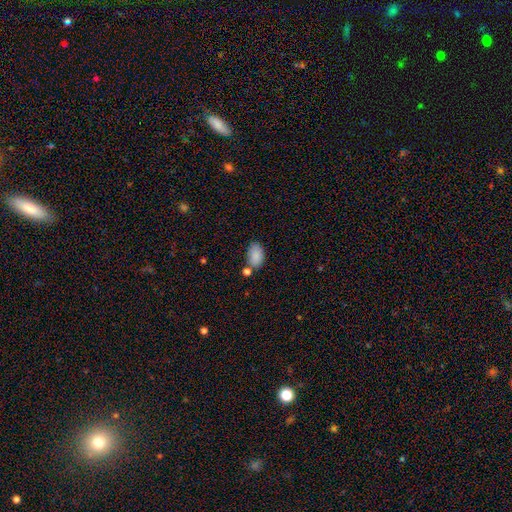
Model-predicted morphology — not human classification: smooth 87%, star or artifact 8%, featured or disk 6%. Down the decision tree: how rounded — in between (92%); merging — none (65%).